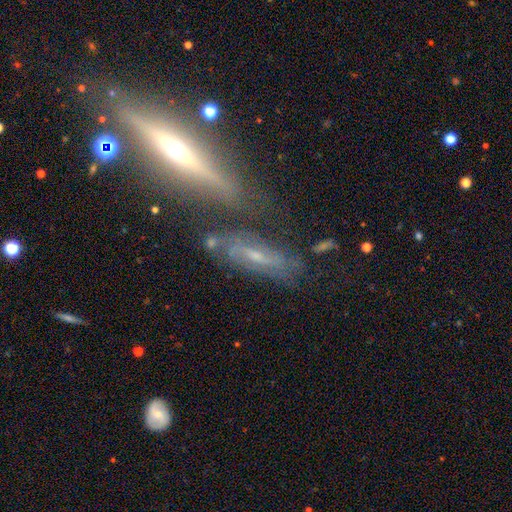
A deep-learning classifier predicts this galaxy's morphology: Smooth or featured? Predicted: featured or disk (p=0.64). Edge-on disk? Predicted: yes (p=0.65). Merging? Predicted: none (p=0.64).